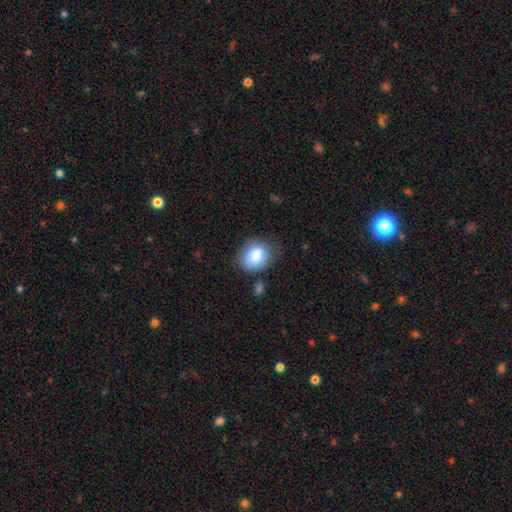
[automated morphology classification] A smooth galaxy with no disk features (80%) that is round (50%).

Vote fractions:
- Smooth or featured? smooth: 80% / featured or disk: 12% / star or artifact: 8%
- How rounded? round: 50% / in between: 49% / cigar-shaped: 1%
- Merging? none: 68% / minor disturbance: 21% / major disturbance: 7% / merger: 5%